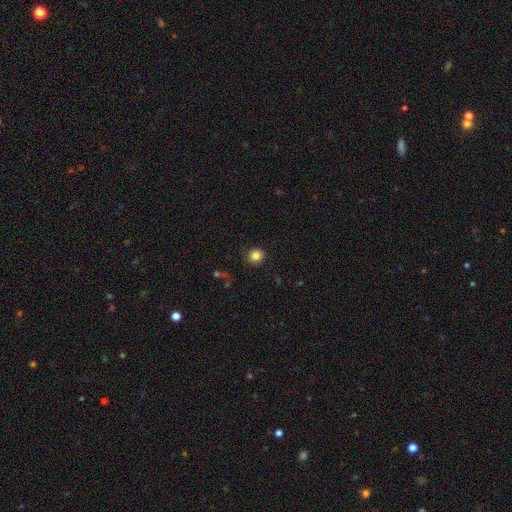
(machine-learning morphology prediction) Q: Smooth or featured?
A: smooth (83%); runner-up: star or artifact (11%)
Q: How rounded?
A: round (91%); runner-up: in between (8%)
Q: Merging?
A: none (87%); runner-up: minor disturbance (9%)